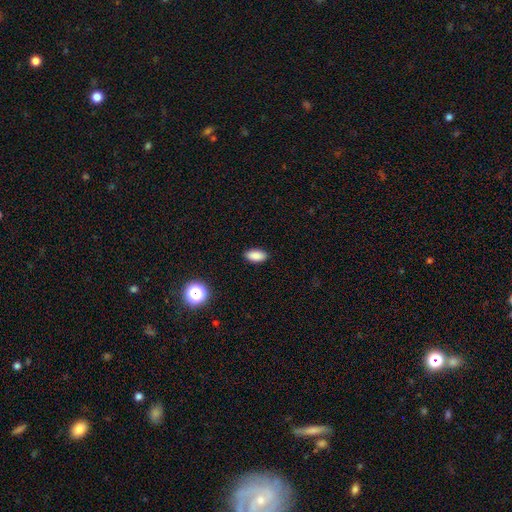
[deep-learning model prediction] Smooth or featured?
  - smooth: 87% *
  - star or artifact: 9%
  - featured or disk: 4%
How rounded?
  - in between: 91% *
  - cigar-shaped: 6%
  - round: 3%
Merging?
  - none: 89% *
  - minor disturbance: 8%
  - major disturbance: 2%
  - merger: 1%